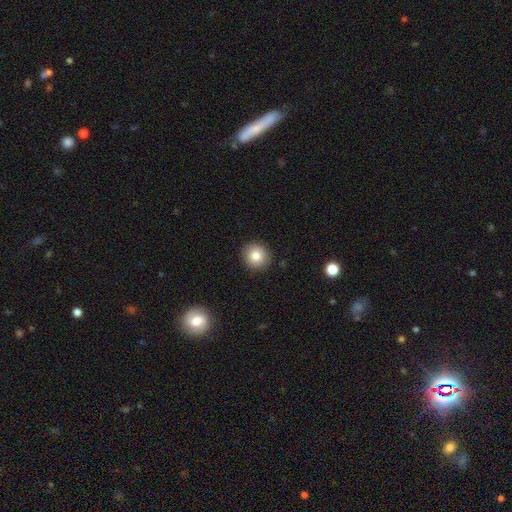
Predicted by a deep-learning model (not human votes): smooth-or-featured: smooth: 81% | star or artifact: 10% | featured or disk: 9%
  how-rounded: round: 92% | in between: 7% | cigar-shaped: 1%
  merging: none: 91% | minor disturbance: 6% | major disturbance: 2% | merger: 1%